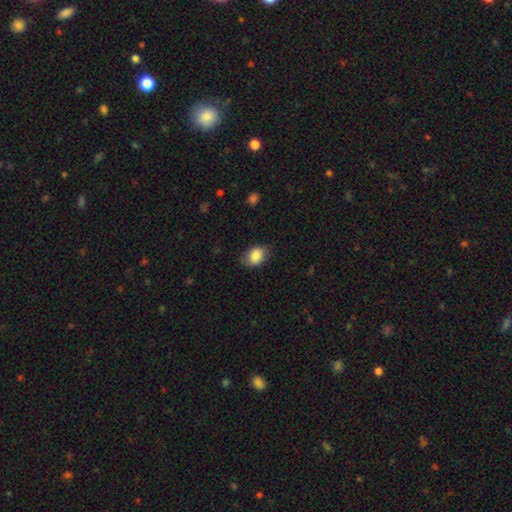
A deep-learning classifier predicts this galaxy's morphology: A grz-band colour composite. It shows a smooth galaxy with no disk features (87%) that is in between round and cigar-shaped (73%). Merging: none (73%).